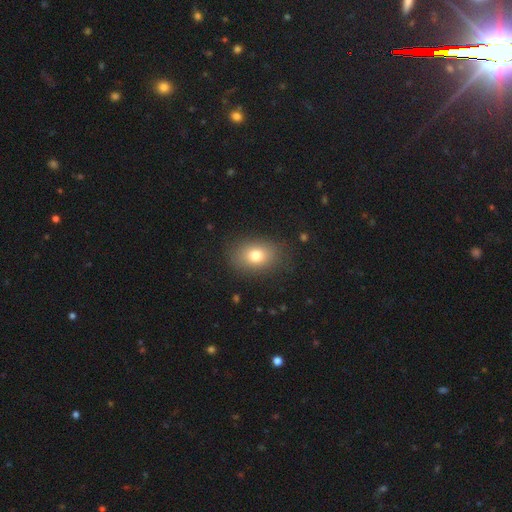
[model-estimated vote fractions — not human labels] The model was most divided on "how rounded": in between: 70%, round: 29%, cigar-shaped: 1%. More confident: merging — none (84%); smooth or featured — smooth (77%).